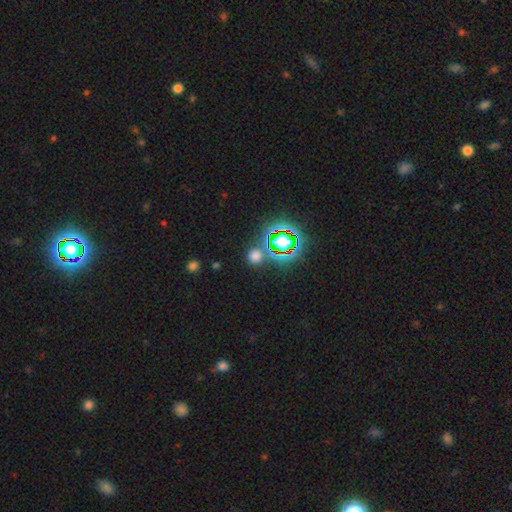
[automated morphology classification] Overall: smooth (60%; star or artifact 34%). How rounded: round (89%). Merging: none (79%).